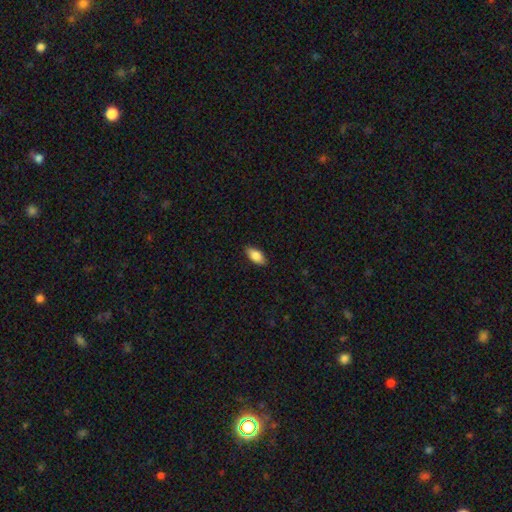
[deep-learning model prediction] The model was most divided on "smooth or featured": smooth: 86%, featured or disk: 8%, star or artifact: 6%. More confident: how rounded — in between (89%); merging — none (88%).